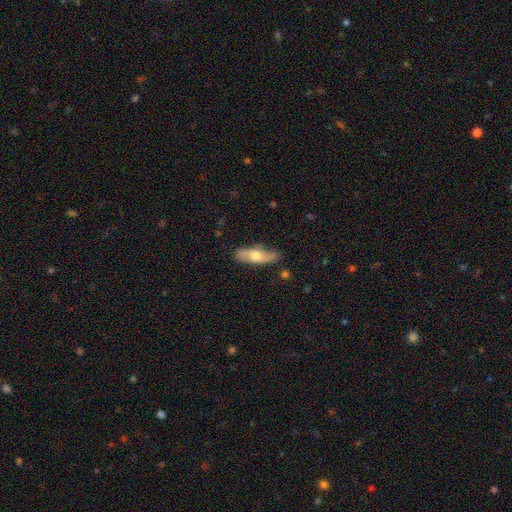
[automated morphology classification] Smooth or featured?
  - smooth: 58% *
  - featured or disk: 37%
  - star or artifact: 6%
How rounded?
  - in between: 51% *
  - cigar-shaped: 46%
  - round: 3%
Merging?
  - none: 80% *
  - minor disturbance: 15%
  - major disturbance: 3%
  - merger: 2%